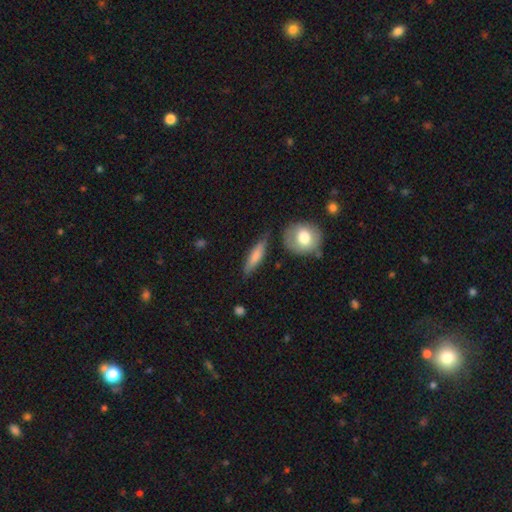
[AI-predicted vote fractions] Q: Smooth or featured?
A: smooth (70%); runner-up: featured or disk (24%)
Q: How rounded?
A: cigar-shaped (74%); runner-up: in between (22%)
Q: Merging?
A: none (75%); runner-up: minor disturbance (16%)